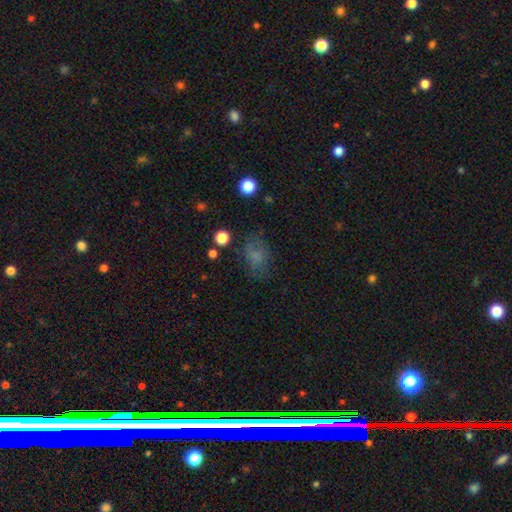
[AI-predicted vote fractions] smooth 68%, star or artifact 16%, featured or disk 16%. Down the decision tree: how rounded — in between (74%); merging — none (63%).